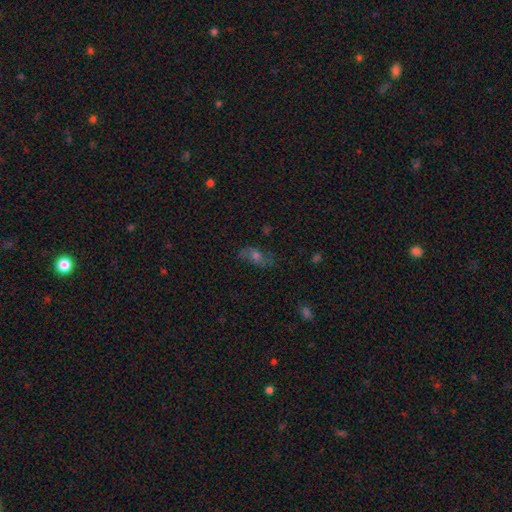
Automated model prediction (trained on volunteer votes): Morphology: type=featured or disk (42%); merging=none (70%).